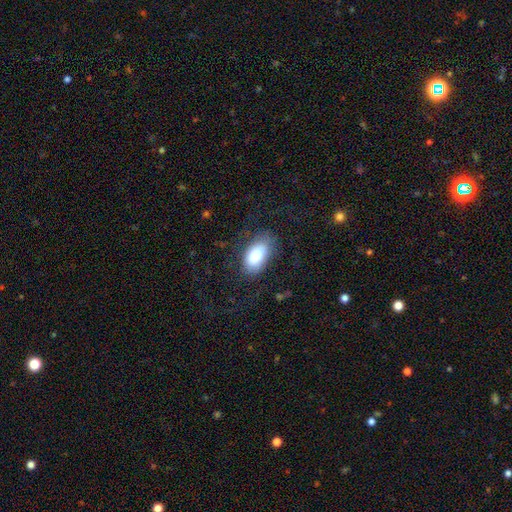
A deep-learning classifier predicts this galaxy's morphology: Q: Smooth or featured?
A: smooth (78%); runner-up: featured or disk (15%)
Q: How rounded?
A: in between (94%); runner-up: round (3%)
Q: Merging?
A: none (68%); runner-up: minor disturbance (19%)